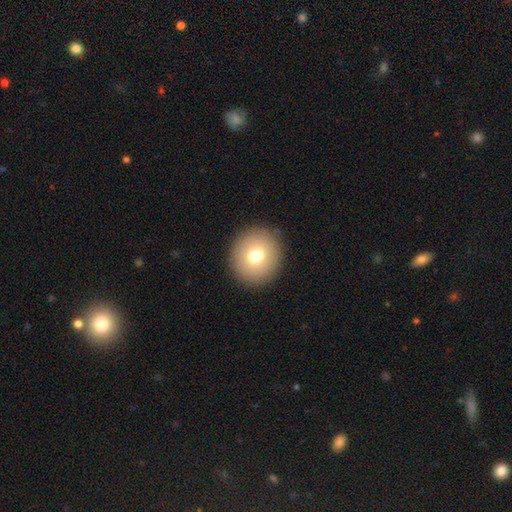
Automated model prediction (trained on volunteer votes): Smooth or featured: smooth — 74% (featured or disk — 15%)
How rounded: round — 88% (in between — 11%)
Merging: none — 91% (minor disturbance — 6%)